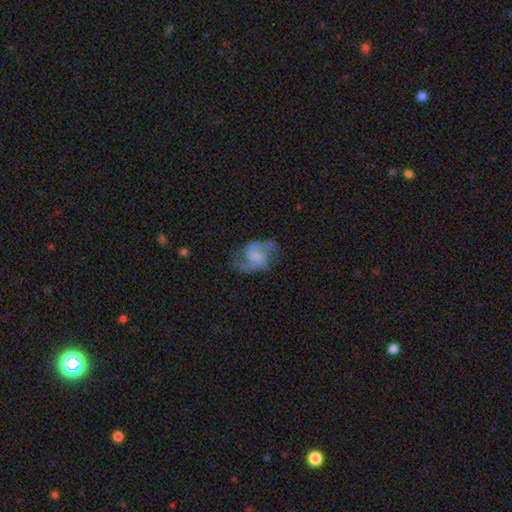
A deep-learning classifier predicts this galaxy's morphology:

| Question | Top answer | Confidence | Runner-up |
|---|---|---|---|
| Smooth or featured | featured or disk | 73% | smooth (19%) |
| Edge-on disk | no | 98% | yes (2%) |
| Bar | weak | 50% | no (35%) |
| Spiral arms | yes | 91% | no (9%) |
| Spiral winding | loose | 45% | tied: medium (45%) |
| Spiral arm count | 2 | 89% | can't tell (5%) |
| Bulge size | none | 42% | small (29%) |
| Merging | none | 63% | minor disturbance (20%) |